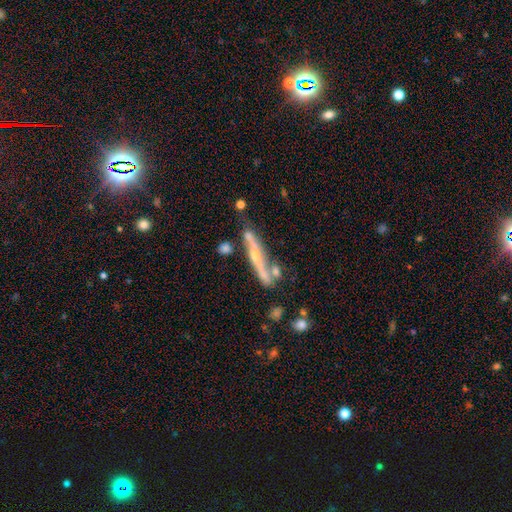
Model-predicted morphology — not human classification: The model was most divided on "merging": none: 63%, minor disturbance: 19%, merger: 13%, major disturbance: 5%. More confident: edge-on disk — yes (89%); edge-on bulge — rounded (83%); smooth or featured — featured or disk (74%).